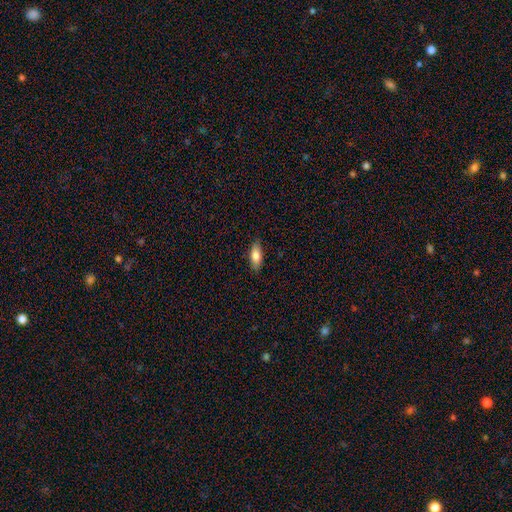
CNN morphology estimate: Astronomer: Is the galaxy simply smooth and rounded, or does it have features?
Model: smooth — 80%.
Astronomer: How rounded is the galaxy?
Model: in between — 80%.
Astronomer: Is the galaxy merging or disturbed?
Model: none — 85%.